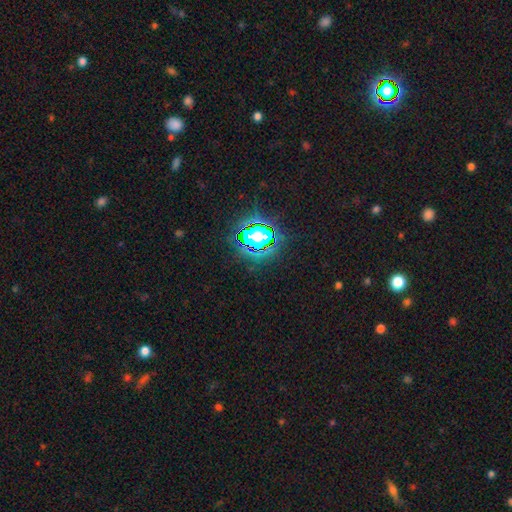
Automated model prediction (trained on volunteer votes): Smooth or featured: star or artifact — 83% (smooth — 10%)